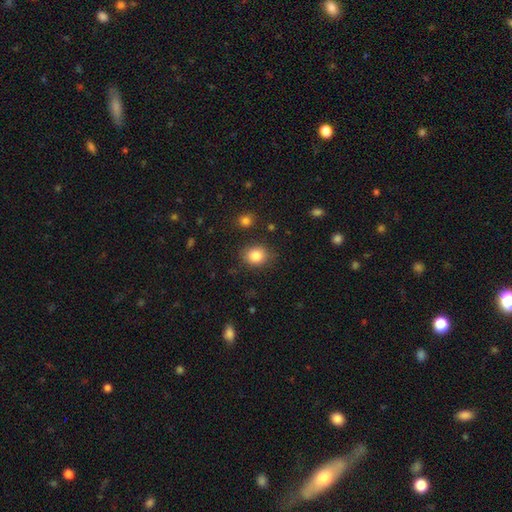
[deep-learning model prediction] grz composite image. It shows a smooth galaxy with no disk features (84%) that is round (64%). Merging: none (84%).